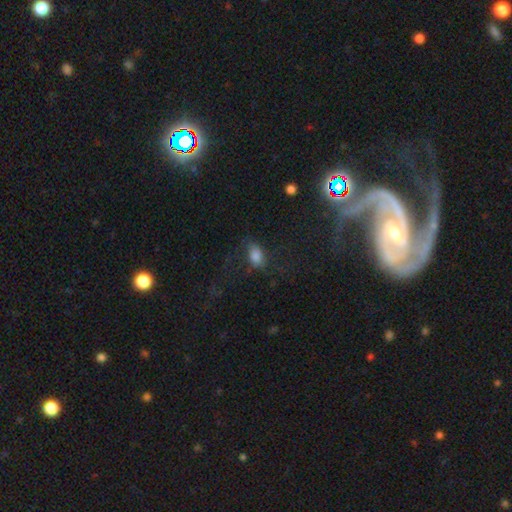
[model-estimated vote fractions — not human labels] smooth 67%, featured or disk 18%, star or artifact 15%. Down the decision tree: how rounded — in between (84%); merging — none (52%).